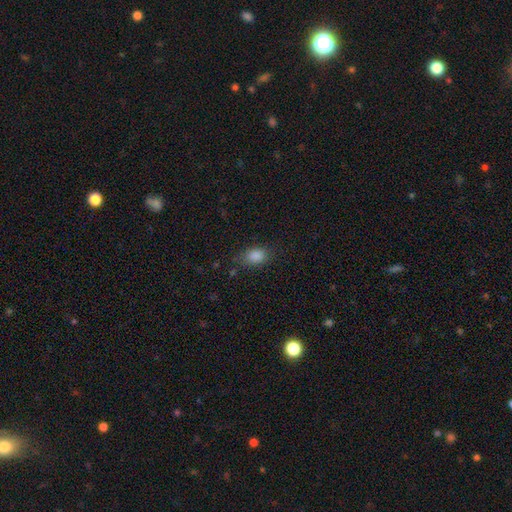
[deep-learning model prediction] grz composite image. It shows a smooth galaxy with no disk features (84%) that is in between round and cigar-shaped (74%). Merging: none (77%).